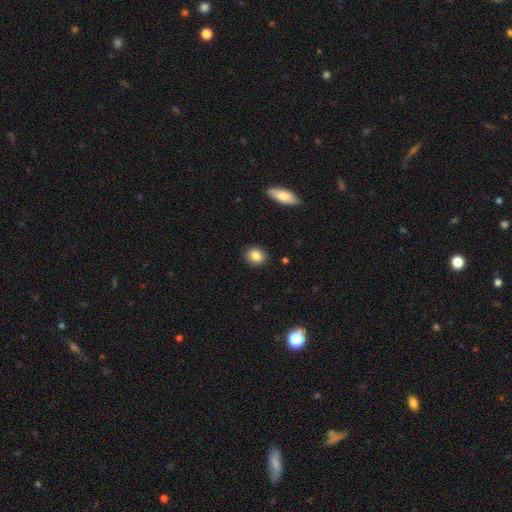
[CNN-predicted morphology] Q: Smooth or featured?
A: smooth (85%); runner-up: star or artifact (9%)
Q: How rounded?
A: round (68%); runner-up: in between (30%)
Q: Merging?
A: none (90%); runner-up: minor disturbance (7%)